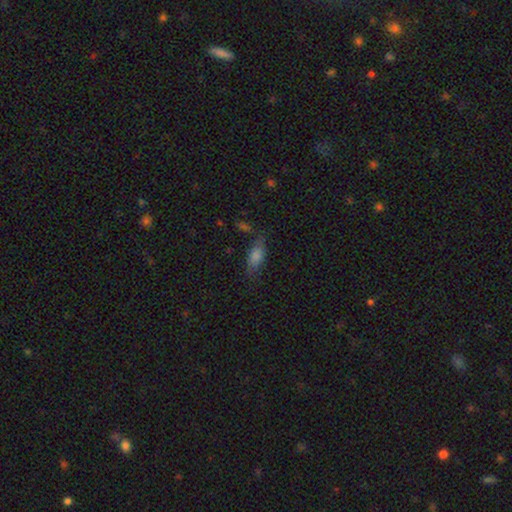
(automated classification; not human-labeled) The model was most divided on "merging": none: 63%, minor disturbance: 24%, major disturbance: 8%, merger: 5%. More confident: how rounded — in between (79%); smooth or featured — smooth (73%).